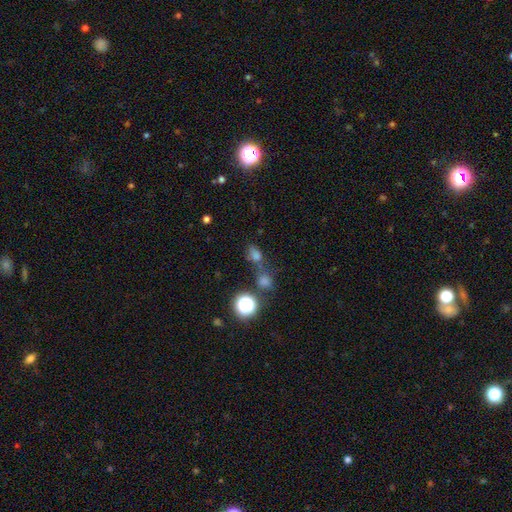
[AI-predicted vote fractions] This appears to be a smooth galaxy with no disk features (54%) that is round (49%). Merging: none (51%).